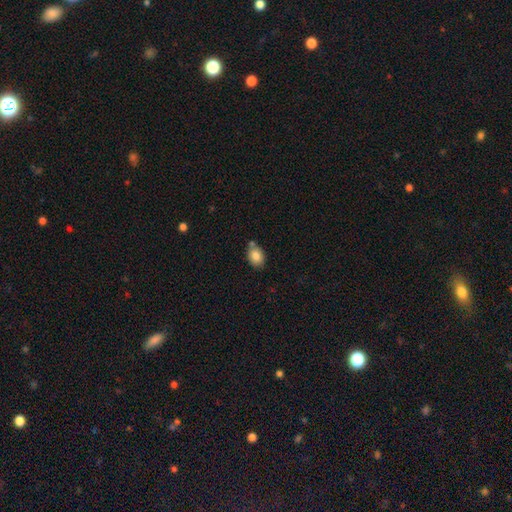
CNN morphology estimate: Overall: smooth (84%). How rounded: in between (75%). Merging: none (69%).